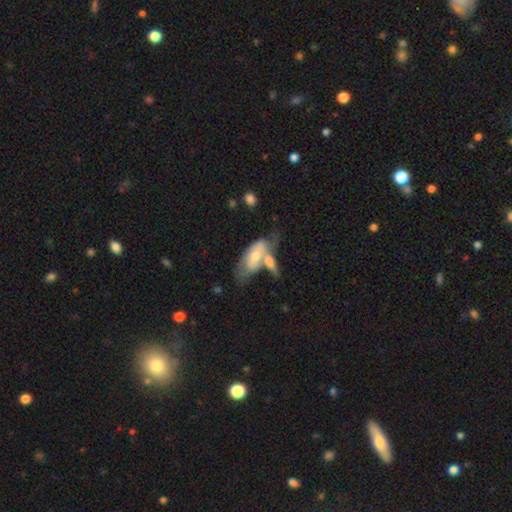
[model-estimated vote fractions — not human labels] smooth_or_featured: smooth (p=0.51) [alt: featured or disk p=0.44]
how_rounded: in between (p=0.84) [alt: cigar-shaped p=0.12]
merging: merger (p=0.57) [alt: none p=0.20]